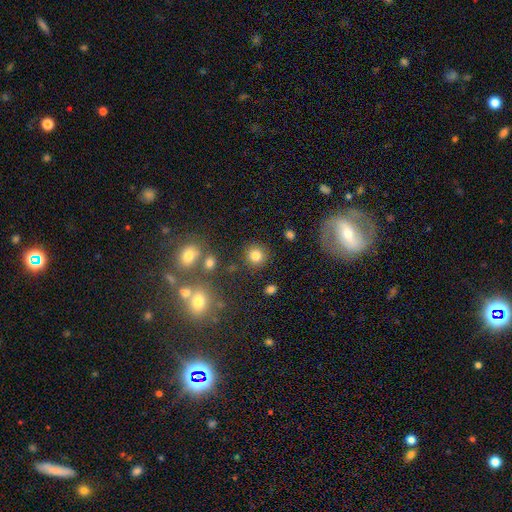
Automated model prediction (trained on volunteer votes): Smooth or featured? smooth (82%)
How rounded? round (90%)
Merging? none (85%)